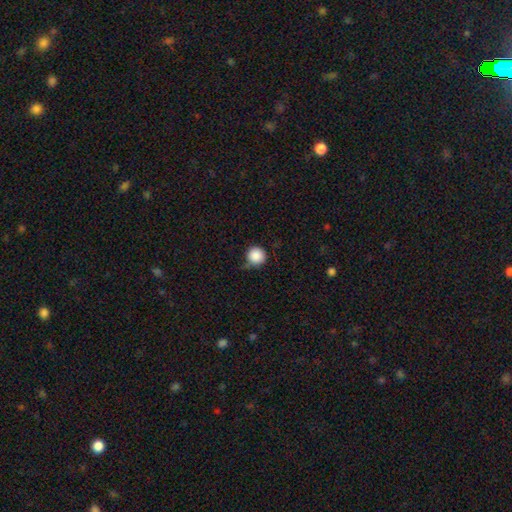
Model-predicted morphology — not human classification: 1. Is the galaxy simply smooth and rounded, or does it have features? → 87% smooth, 9% star or artifact, 4% featured or disk.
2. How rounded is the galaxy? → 95% round, 4% in between, 1% cigar-shaped.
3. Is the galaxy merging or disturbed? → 67% none, 25% minor disturbance, 5% major disturbance, 3% merger.